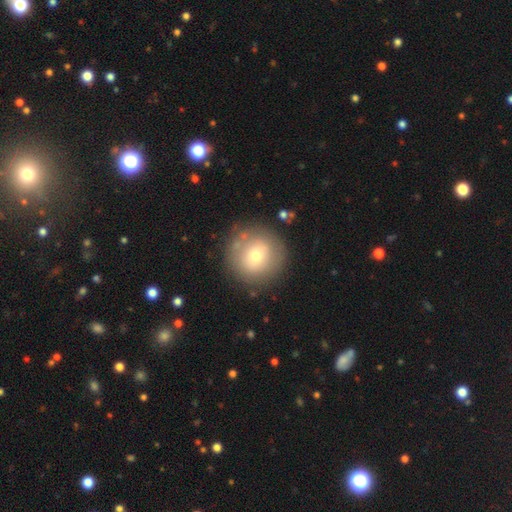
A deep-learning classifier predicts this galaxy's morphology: smooth 66%, featured or disk 24%, star or artifact 10%. Down the decision tree: how rounded — round (95%); merging — none (82%).